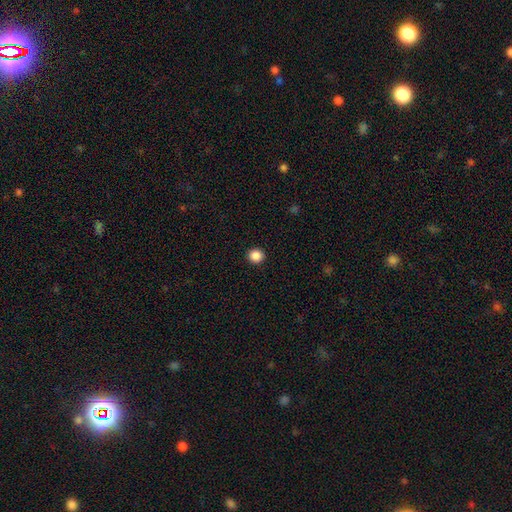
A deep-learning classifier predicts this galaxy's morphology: Smooth or featured? smooth (88%)
How rounded? round (91%)
Merging? none (93%)